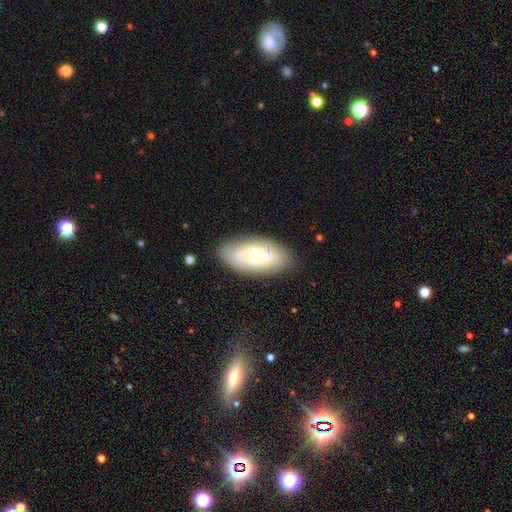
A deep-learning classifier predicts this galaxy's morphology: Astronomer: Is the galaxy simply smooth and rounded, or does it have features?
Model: featured or disk — 76%.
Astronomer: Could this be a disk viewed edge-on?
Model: no — 95%.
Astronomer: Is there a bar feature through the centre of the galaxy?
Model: no — 62%.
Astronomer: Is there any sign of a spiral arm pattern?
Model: yes — 90%.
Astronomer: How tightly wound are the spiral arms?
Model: tight — 49% (runner-up: medium, 39%).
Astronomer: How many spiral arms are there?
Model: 2 — 64%.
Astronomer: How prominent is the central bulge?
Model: small — 58% (runner-up: moderate, 36%).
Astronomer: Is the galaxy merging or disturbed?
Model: none — 82%.